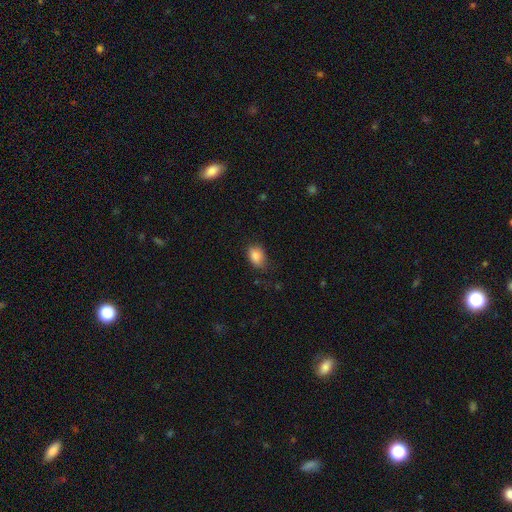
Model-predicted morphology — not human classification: This is clearly a smooth galaxy (85%). How rounded: likely in between (79%). Merging: likely none (65%).